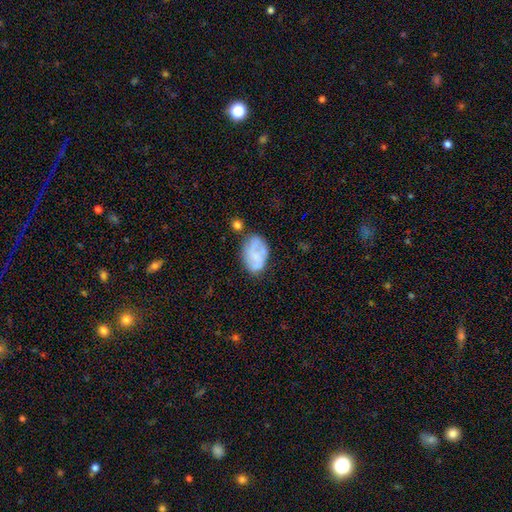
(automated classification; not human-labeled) Smooth or featured? Predicted: smooth (p=0.49). Merging? Predicted: none (p=0.53).